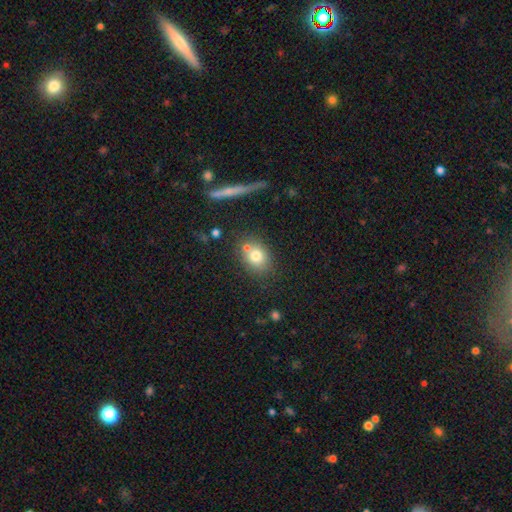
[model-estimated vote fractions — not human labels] smooth 76%, featured or disk 13%, star or artifact 11%. Down the decision tree: how rounded — round (53%); merging — none (64%).